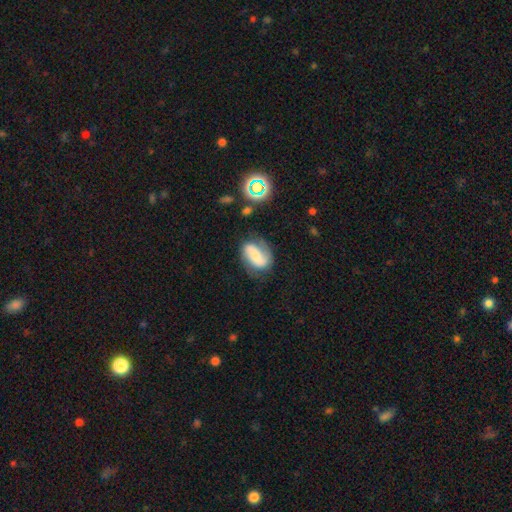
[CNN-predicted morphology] A featured or disk galaxy (62%) with no bar (40%), 2 (83%) medium (40%) spiral arms (88%) and a small central bulge (43%). Merging: none (63%).